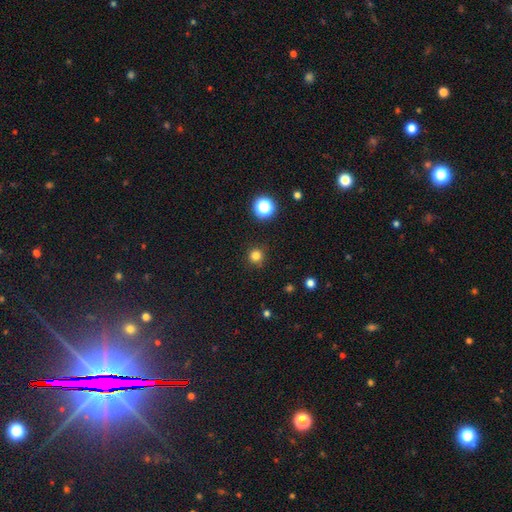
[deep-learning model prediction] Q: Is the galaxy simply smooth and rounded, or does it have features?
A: smooth — 80%.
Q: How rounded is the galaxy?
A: round — 95%.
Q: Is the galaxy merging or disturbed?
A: none — 90%.